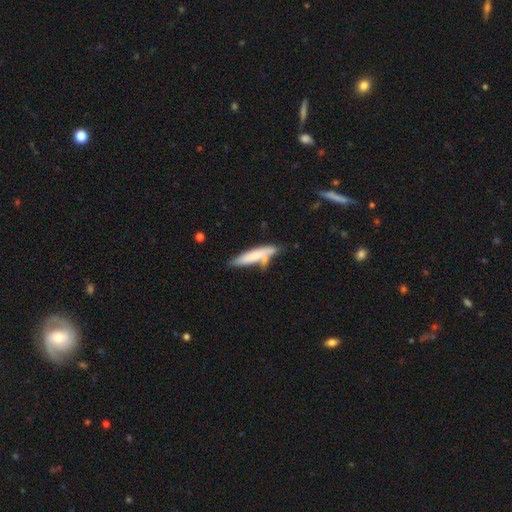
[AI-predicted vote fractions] Overall: smooth (69%). How rounded: cigar-shaped (79%). Merging: none (51%; minor disturbance 22%).